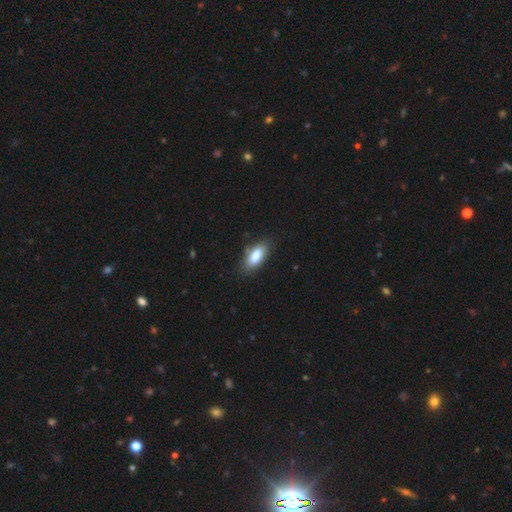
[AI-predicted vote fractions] smooth-or-featured: smooth: 82% | featured or disk: 11% | star or artifact: 7%
  how-rounded: in between: 85% | cigar-shaped: 12% | round: 3%
  merging: none: 80% | minor disturbance: 15% | major disturbance: 3% | merger: 2%